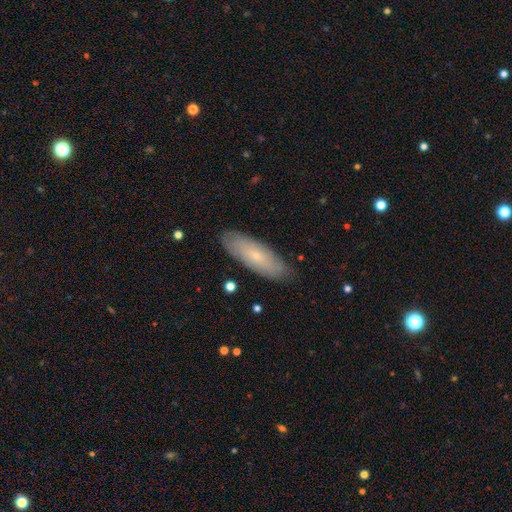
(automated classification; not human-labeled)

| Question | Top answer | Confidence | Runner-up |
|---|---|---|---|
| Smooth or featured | smooth | 57% | featured or disk (36%) |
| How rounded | in between | 60% | cigar-shaped (38%) |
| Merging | none | 84% | minor disturbance (12%) |